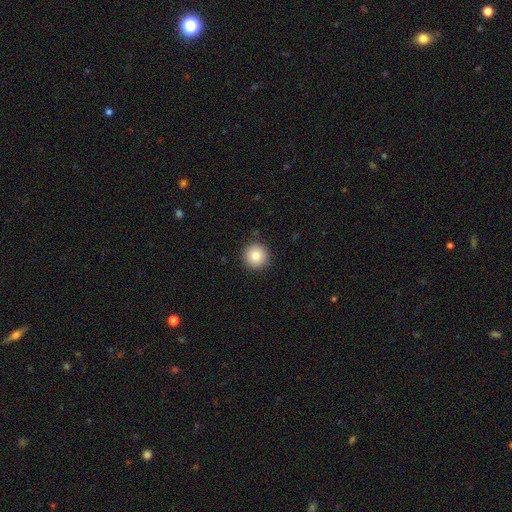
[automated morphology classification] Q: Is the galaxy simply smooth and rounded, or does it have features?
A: smooth — 84%.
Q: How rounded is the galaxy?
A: round — 96%.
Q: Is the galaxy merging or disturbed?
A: none — 91%.